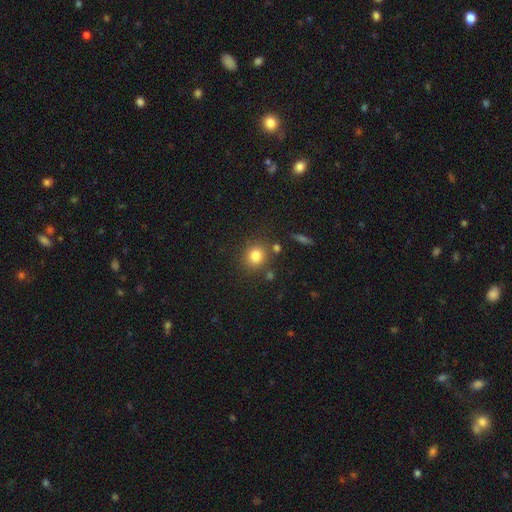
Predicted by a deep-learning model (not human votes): smooth 81%, star or artifact 12%, featured or disk 7%. Down the decision tree: how rounded — round (84%); merging — none (79%).